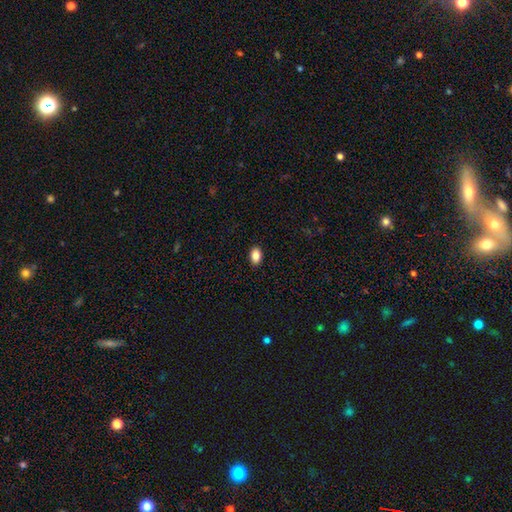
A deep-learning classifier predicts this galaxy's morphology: This is clearly a smooth galaxy (87%). How rounded: clearly in between (86%). Merging: clearly none (90%).